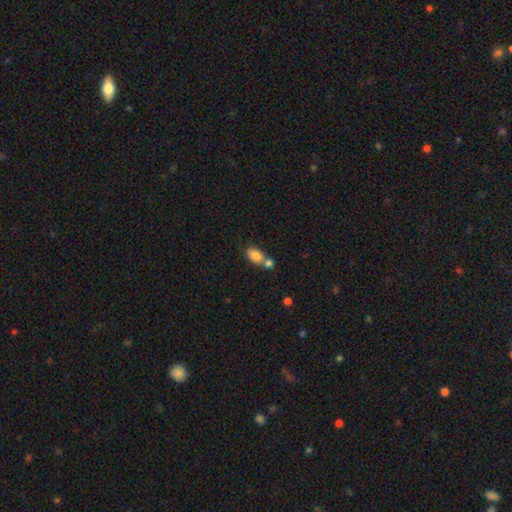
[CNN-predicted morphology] Smooth or featured? smooth (84%)
How rounded? in between (85%)
Merging? merger (48%)